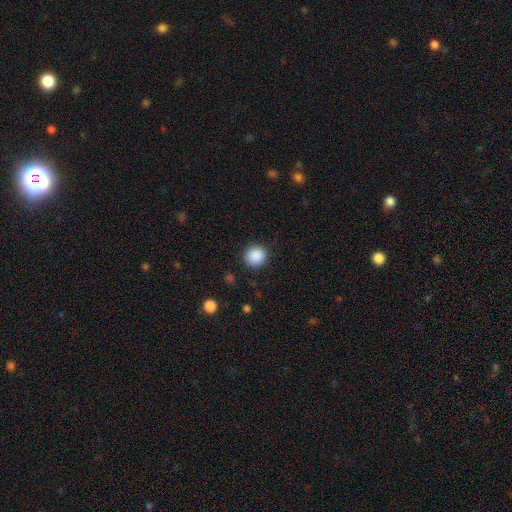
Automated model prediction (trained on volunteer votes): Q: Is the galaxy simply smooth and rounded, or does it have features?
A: smooth — 89%.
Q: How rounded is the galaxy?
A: round — 89%.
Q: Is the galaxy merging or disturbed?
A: none — 90%.